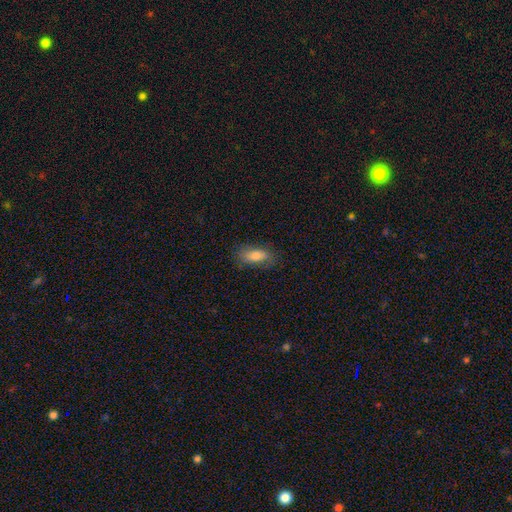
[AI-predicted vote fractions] smooth_or_featured: smooth (p=0.78) [alt: featured or disk p=0.15]
how_rounded: in between (p=0.79) [alt: cigar-shaped p=0.18]
merging: none (p=0.78) [alt: minor disturbance p=0.16]